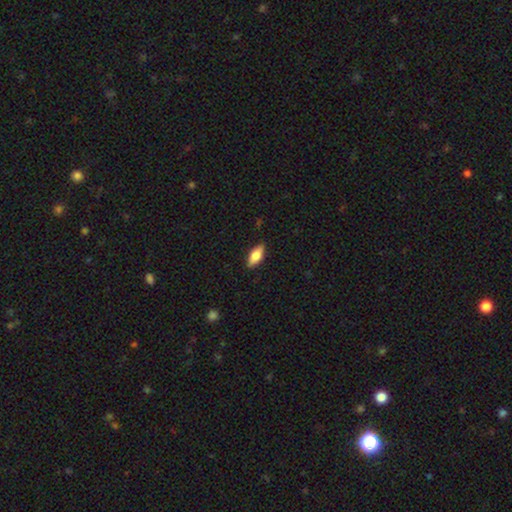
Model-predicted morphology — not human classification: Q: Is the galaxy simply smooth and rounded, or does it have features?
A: smooth — 71%.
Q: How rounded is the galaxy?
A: in between — 80%.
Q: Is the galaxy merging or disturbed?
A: none — 87%.